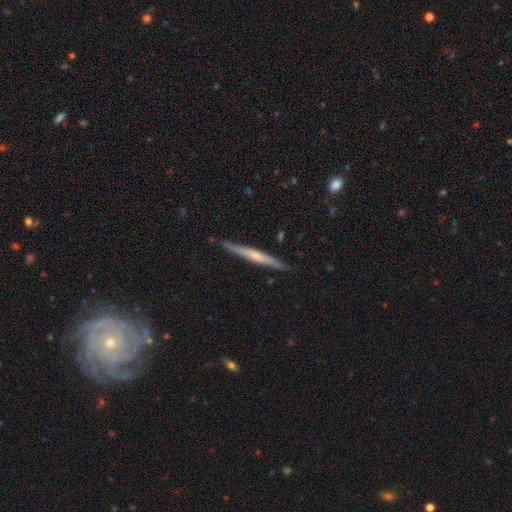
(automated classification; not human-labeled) A featured or disk galaxy (62%) viewed edge-on (96%) with a rounded central bulge (53%). Merging: none (87%).